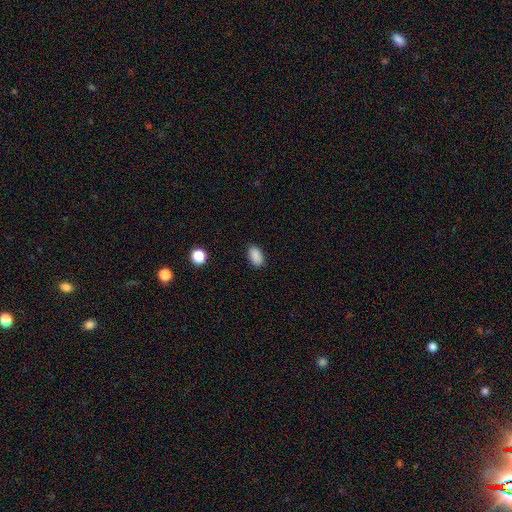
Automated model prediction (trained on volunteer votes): A smooth galaxy with no disk features (88%) that is in between round and cigar-shaped (92%). Merging: none (86%).